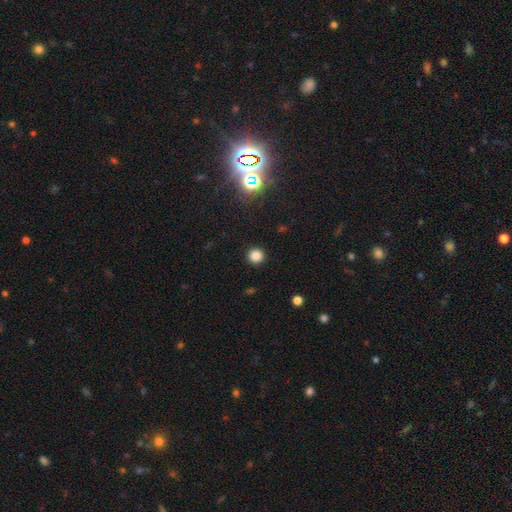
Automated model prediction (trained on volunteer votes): Smooth or featured: smooth — 82% (star or artifact — 14%)
How rounded: round — 94% (in between — 5%)
Merging: none — 91% (minor disturbance — 5%)